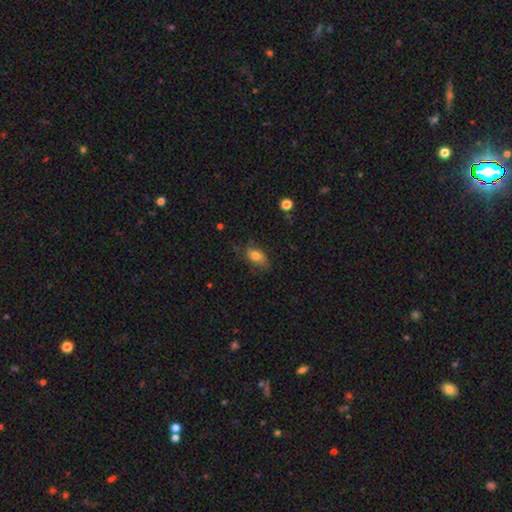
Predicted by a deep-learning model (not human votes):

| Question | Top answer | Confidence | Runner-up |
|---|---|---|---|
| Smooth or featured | smooth | 74% | featured or disk (17%) |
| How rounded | in between | 85% | round (11%) |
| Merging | none | 65% | minor disturbance (24%) |